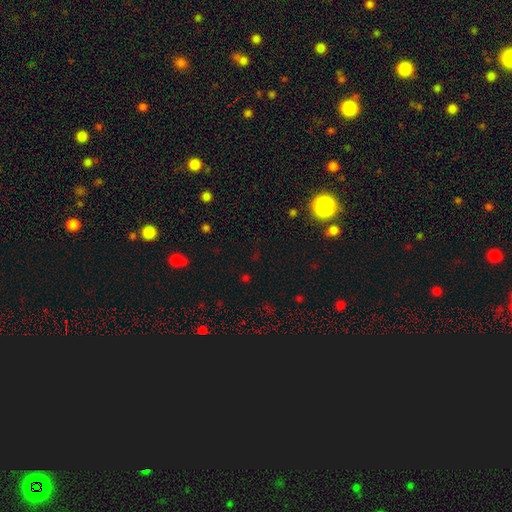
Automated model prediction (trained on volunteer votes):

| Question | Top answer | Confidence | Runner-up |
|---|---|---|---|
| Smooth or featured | star or artifact | 62% | smooth (30%) |